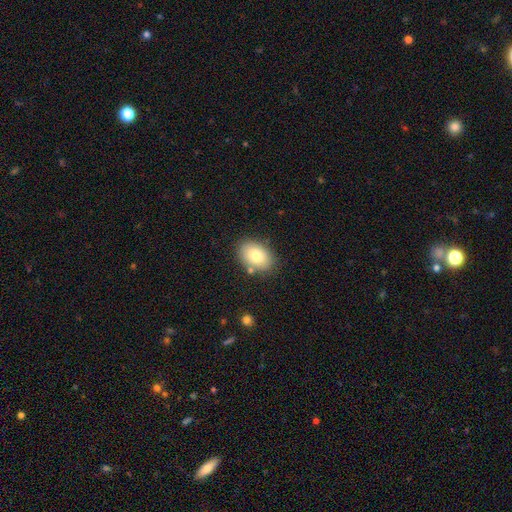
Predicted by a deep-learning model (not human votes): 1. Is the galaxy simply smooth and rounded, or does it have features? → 80% smooth, 12% featured or disk, 8% star or artifact.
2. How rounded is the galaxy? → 82% in between, 17% round, 1% cigar-shaped.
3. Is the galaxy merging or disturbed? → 81% none, 12% minor disturbance, 4% merger, 3% major disturbance.